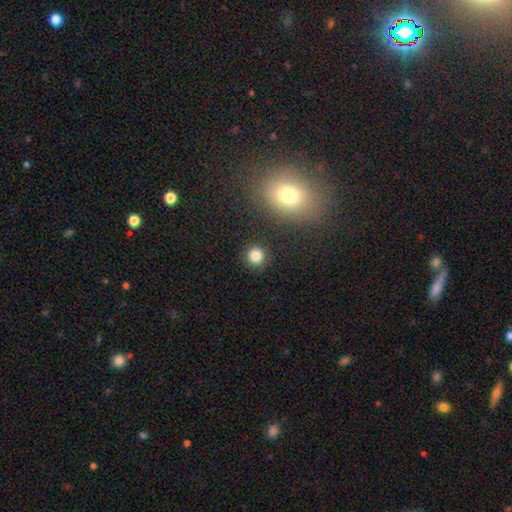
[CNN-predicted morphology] The model was most divided on "smooth or featured": smooth: 83%, star or artifact: 12%, featured or disk: 5%. More confident: how rounded — round (93%); merging — none (89%).